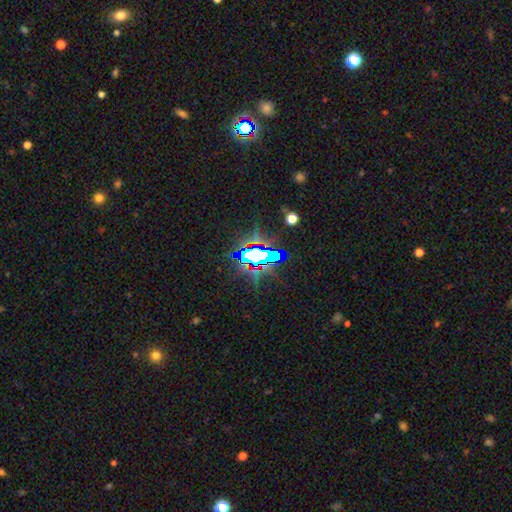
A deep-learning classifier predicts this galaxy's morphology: smooth_or_featured: star or artifact (p=0.66) [alt: featured or disk p=0.17]